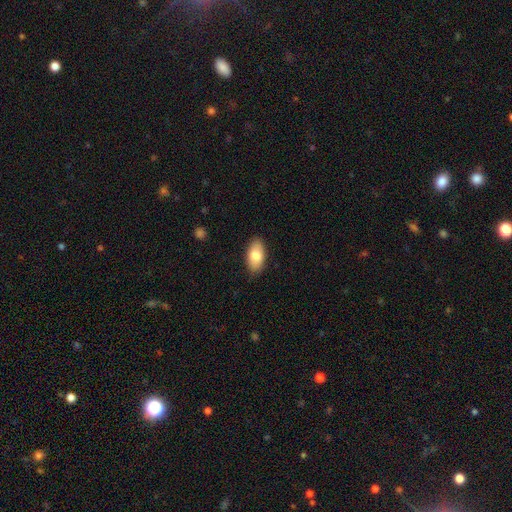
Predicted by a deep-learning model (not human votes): Smooth or featured?
  - smooth: 80% *
  - featured or disk: 14%
  - star or artifact: 6%
How rounded?
  - in between: 93% *
  - round: 4%
  - cigar-shaped: 3%
Merging?
  - none: 87% *
  - minor disturbance: 10%
  - major disturbance: 2%
  - merger: 1%